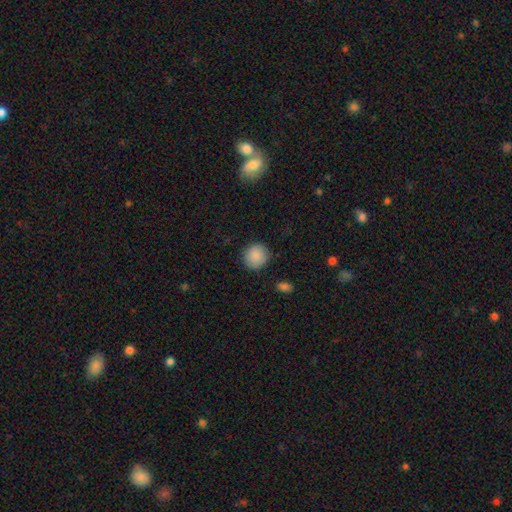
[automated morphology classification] Smooth or featured? smooth (88%)
How rounded? round (90%)
Merging? none (89%)